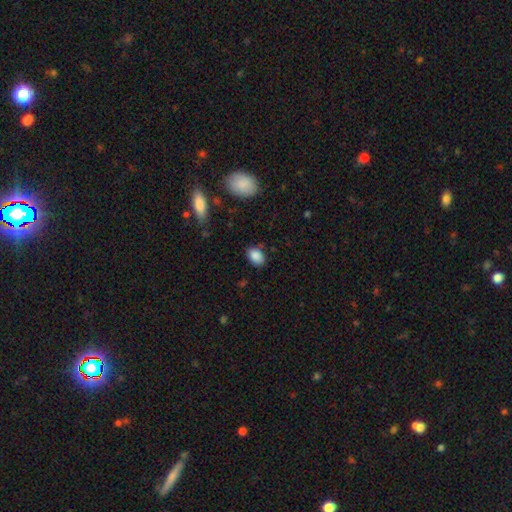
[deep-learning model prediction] Q: Smooth or featured?
A: smooth (88%); runner-up: star or artifact (8%)
Q: How rounded?
A: in between (79%); runner-up: round (20%)
Q: Merging?
A: none (81%); runner-up: minor disturbance (14%)